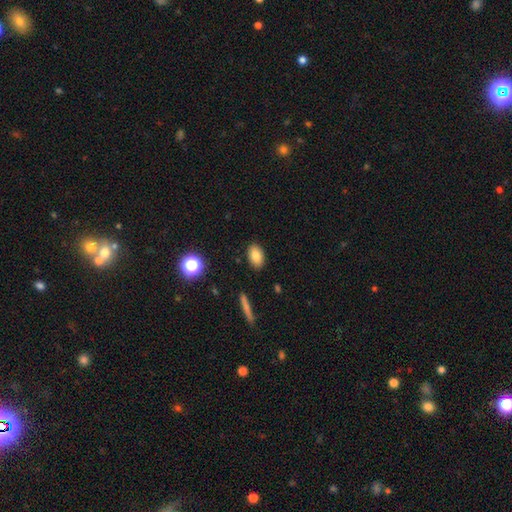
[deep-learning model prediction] smooth 81%, star or artifact 10%, featured or disk 9%. Down the decision tree: how rounded — in between (88%); merging — none (88%).